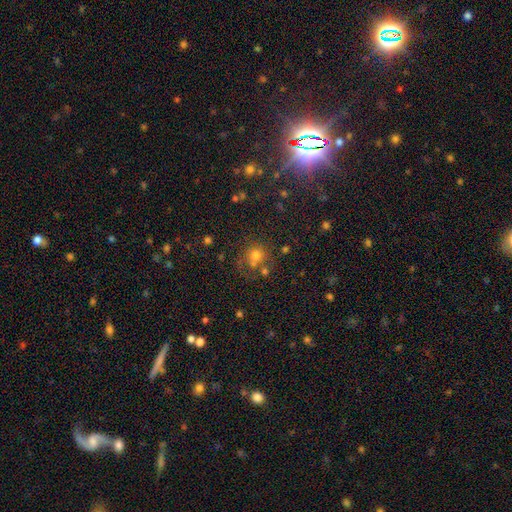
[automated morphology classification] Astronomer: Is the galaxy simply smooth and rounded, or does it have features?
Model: smooth — 65%.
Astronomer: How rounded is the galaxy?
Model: round — 87%.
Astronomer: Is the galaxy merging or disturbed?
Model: none — 58%.